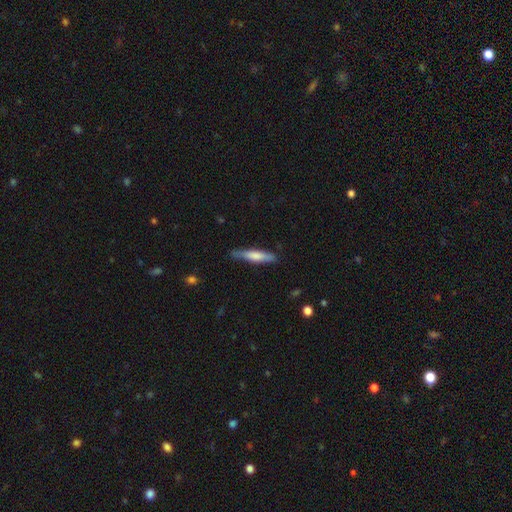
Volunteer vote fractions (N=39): Smooth or featured? 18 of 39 (46%) said featured or disk. Edge-on disk? 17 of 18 (94%) said yes. Edge-on bulge? 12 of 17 (71%) said boxy. Merging? 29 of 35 (83%) said none.